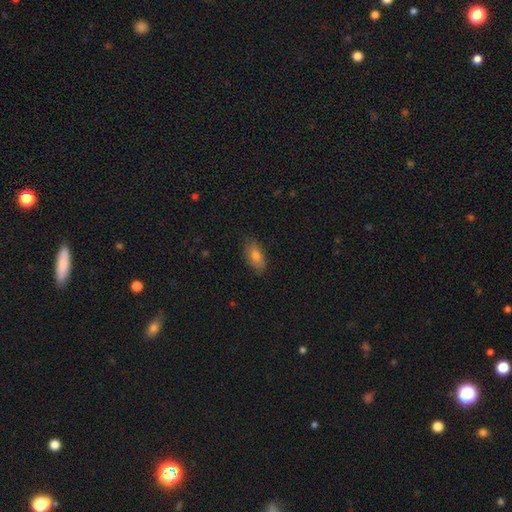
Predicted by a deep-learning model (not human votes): smooth-or-featured: smooth: 76% | featured or disk: 15% | star or artifact: 9%
  how-rounded: in between: 87% | cigar-shaped: 8% | round: 5%
  merging: none: 82% | minor disturbance: 14% | major disturbance: 3% | merger: 1%